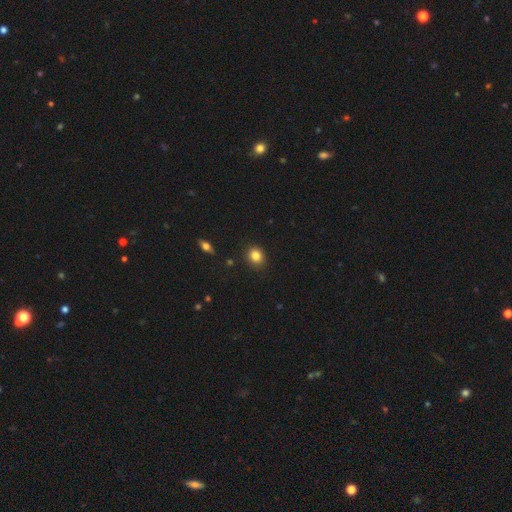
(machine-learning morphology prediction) Overall: smooth (83%). How rounded: round (74%). Merging: none (88%).